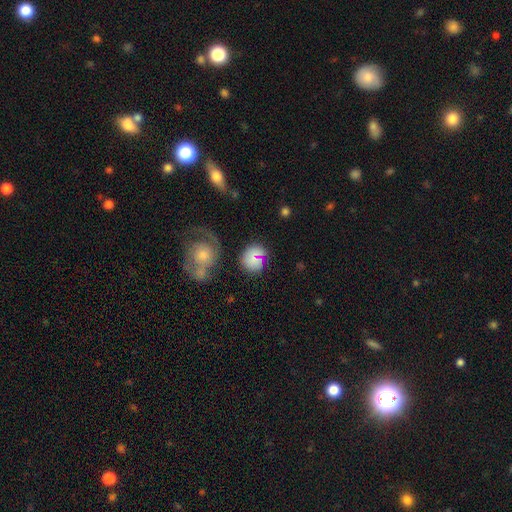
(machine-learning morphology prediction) Smooth or featured: smooth — 67% (featured or disk — 20%)
How rounded: round — 85% (in between — 14%)
Merging: none — 62% (minor disturbance — 17%)